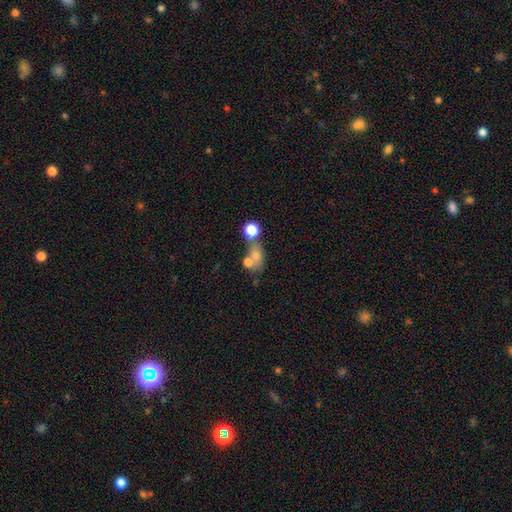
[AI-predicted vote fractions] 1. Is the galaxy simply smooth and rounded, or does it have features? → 66% smooth, 19% featured or disk, 15% star or artifact.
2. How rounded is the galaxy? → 55% in between, 42% round, 3% cigar-shaped.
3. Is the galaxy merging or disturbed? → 47% merger, 34% none, 11% minor disturbance, 8% major disturbance.